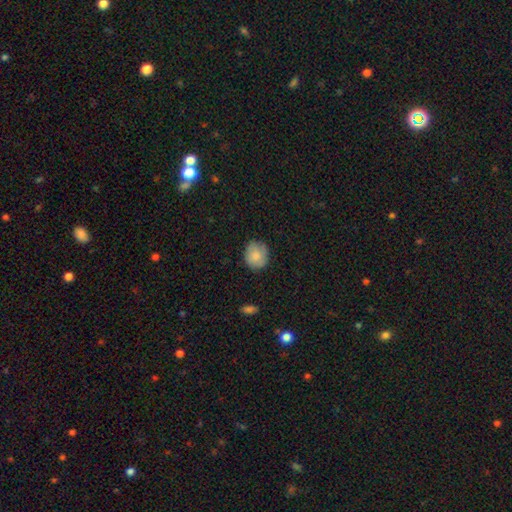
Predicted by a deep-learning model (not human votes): The model was most divided on "how rounded": round: 77%, in between: 22%, cigar-shaped: 1%. More confident: smooth or featured — smooth (84%); merging — none (80%).